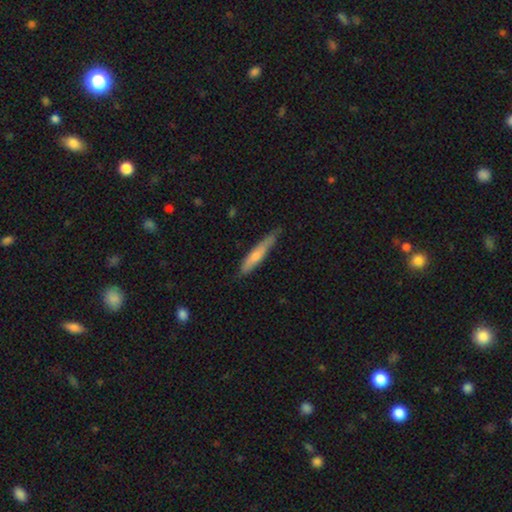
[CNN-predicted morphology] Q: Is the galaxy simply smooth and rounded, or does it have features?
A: smooth — 65%.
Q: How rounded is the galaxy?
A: cigar-shaped — 90%.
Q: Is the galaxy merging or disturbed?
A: none — 71%.